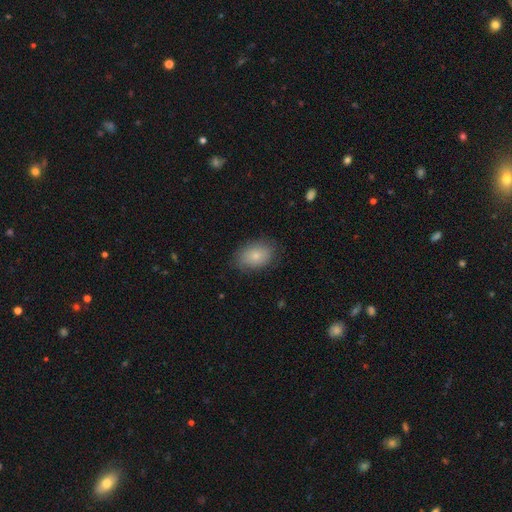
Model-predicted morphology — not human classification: A smooth galaxy with no disk features (80%) that is in between round and cigar-shaped (83%).

Vote fractions:
- Smooth or featured? smooth: 80% / featured or disk: 12% / star or artifact: 8%
- How rounded? in between: 83% / round: 16% / cigar-shaped: 1%
- Merging? none: 80% / minor disturbance: 15% / major disturbance: 4% / merger: 1%